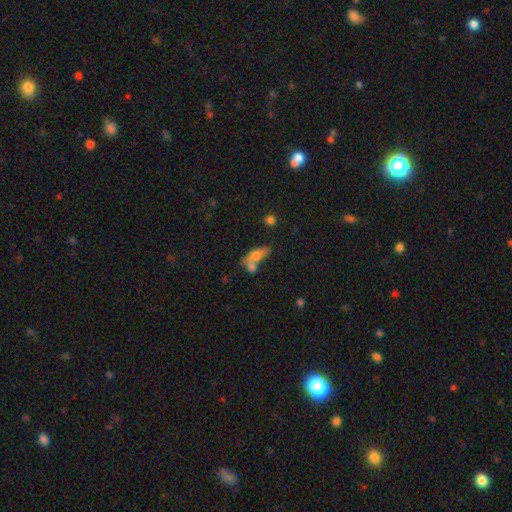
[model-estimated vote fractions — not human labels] Smooth or featured? smooth (65%)
How rounded? in between (73%)
Merging? merger (50%)